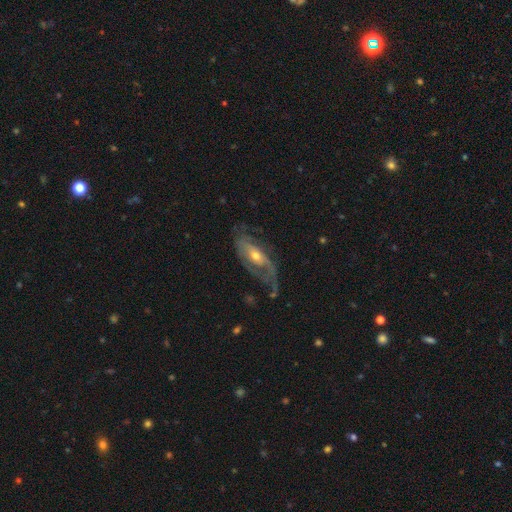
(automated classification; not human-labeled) smooth_or_featured: featured or disk (p=0.75) [alt: smooth p=0.19]
disk_edge_on: no (p=0.87) [alt: yes p=0.13]
bar: no (p=0.53) [alt: weak p=0.31]
has_spiral_arms: yes (p=0.81) [alt: no p=0.19]
spiral_winding: medium (p=0.38) [alt: loose p=0.37]
spiral_arm_count: 2 (p=0.50) [alt: 1 p=0.28]
bulge_size: moderate (p=0.58) [alt: small p=0.35]
merging: none (p=0.43) [alt: major disturbance p=0.31]